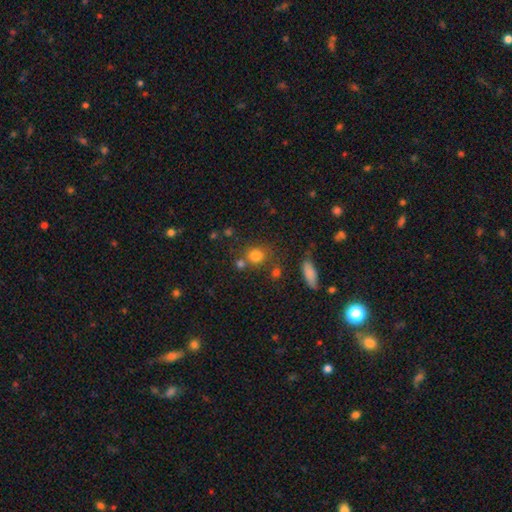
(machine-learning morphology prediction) Q: Smooth or featured?
A: smooth (78%); runner-up: star or artifact (14%)
Q: How rounded?
A: round (78%); runner-up: in between (20%)
Q: Merging?
A: none (65%); runner-up: merger (18%)